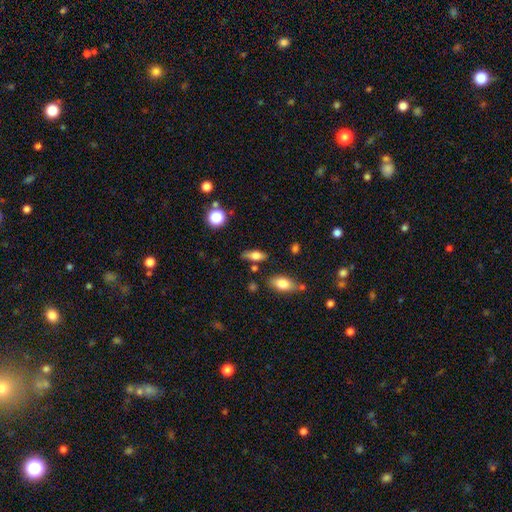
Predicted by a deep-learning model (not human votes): A smooth galaxy with no disk features (69%) that is in between round and cigar-shaped (72%). Merging: none (72%).